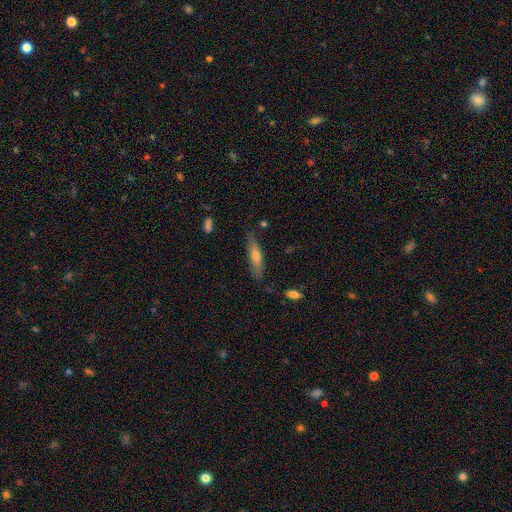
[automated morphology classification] Smooth or featured?
  - smooth: 61% *
  - featured or disk: 33%
  - star or artifact: 6%
How rounded?
  - cigar-shaped: 75% *
  - in between: 23%
  - round: 2%
Merging?
  - none: 79% *
  - minor disturbance: 15%
  - major disturbance: 3%
  - merger: 2%